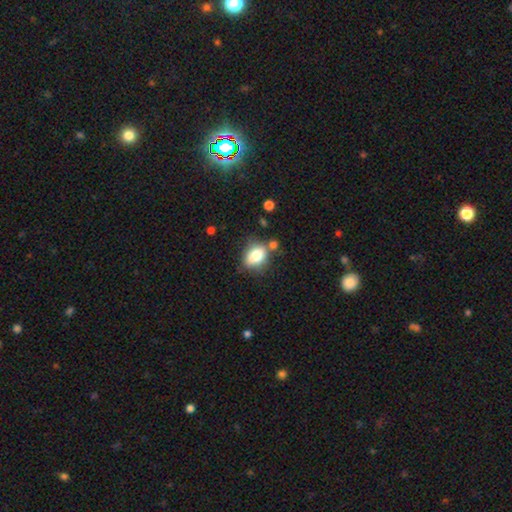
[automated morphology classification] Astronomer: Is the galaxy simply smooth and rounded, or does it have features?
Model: smooth — 75%.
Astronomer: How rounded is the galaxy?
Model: in between — 69%.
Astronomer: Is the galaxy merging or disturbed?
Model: none — 60%.